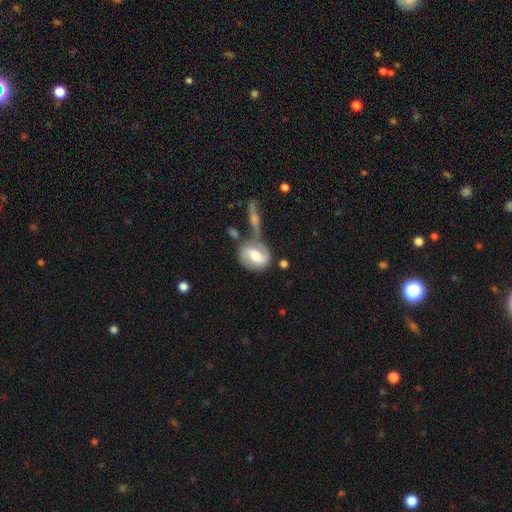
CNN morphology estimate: Smooth or featured?
  - featured or disk: 64% *
  - smooth: 30%
  - star or artifact: 6%
Edge-on disk?
  - no: 94% *
  - yes: 6%
Bar?
  - weak: 45% *
  - strong: 30%
  - no: 25%
Spiral arms?
  - yes: 84% *
  - no: 16%
Spiral winding?
  - medium: 45% *
  - loose: 30%
  - tight: 25%
Spiral arm count?
  - 2: 82% *
  - can't tell: 9%
  - 1: 6%
  - 3: 1%
  - 4: 1%
  - more than 4: 1%
Bulge size?
  - moderate: 64% *
  - small: 17%
  - large: 15%
  - none: 3%
  - dominant: 2%
Merging?
  - none: 48% *
  - merger: 28%
  - minor disturbance: 16%
  - major disturbance: 8%